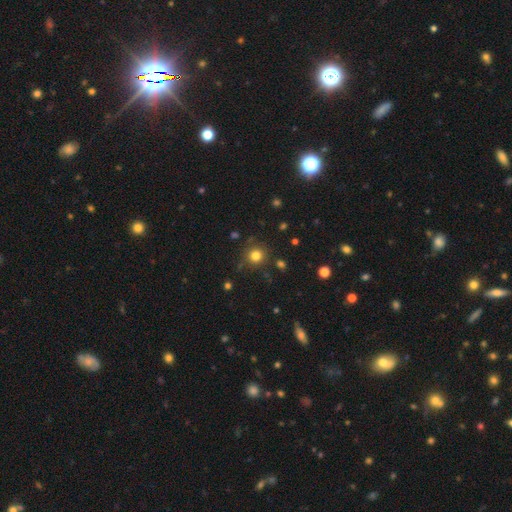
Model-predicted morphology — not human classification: The model was most divided on "smooth or featured": smooth: 79%, star or artifact: 15%, featured or disk: 6%. More confident: how rounded — round (92%); merging — none (83%).